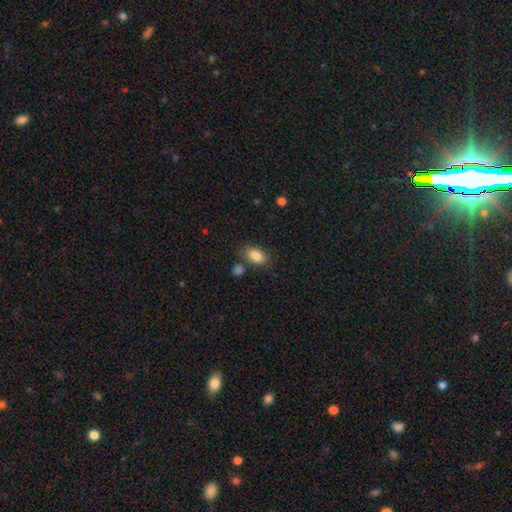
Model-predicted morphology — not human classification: smooth_or_featured: smooth (p=0.85) [alt: star or artifact p=0.08]
how_rounded: in between (p=0.89) [alt: round p=0.09]
merging: none (p=0.73) [alt: minor disturbance p=0.14]